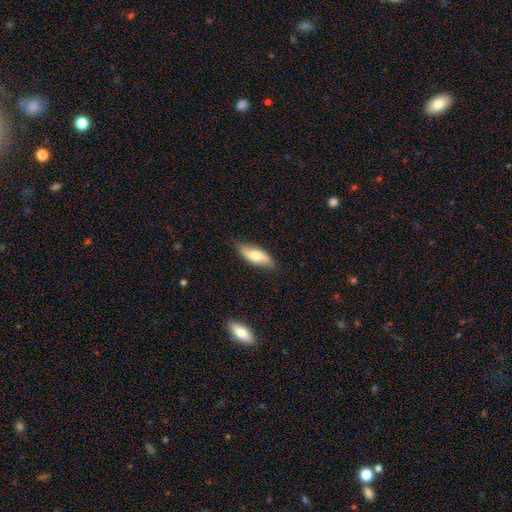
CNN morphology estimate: The model was most divided on "smooth or featured": smooth: 62%, featured or disk: 32%, star or artifact: 6%. More confident: merging — none (82%); how rounded — in between (70%).